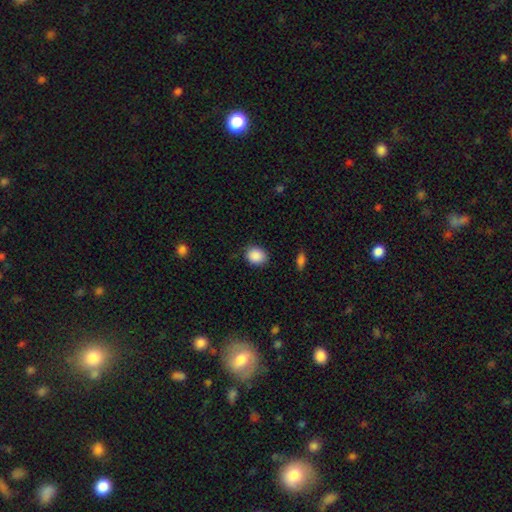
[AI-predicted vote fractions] Morphology: type=smooth (89%); roundness=round (54%); merging=none (85%).